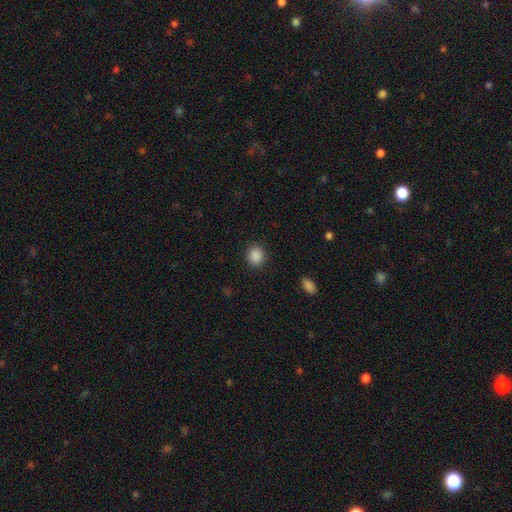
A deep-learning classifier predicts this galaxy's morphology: smooth_or_featured: smooth (p=0.88) [alt: star or artifact p=0.09]
how_rounded: round (p=0.75) [alt: in between p=0.24]
merging: none (p=0.90) [alt: minor disturbance p=0.07]